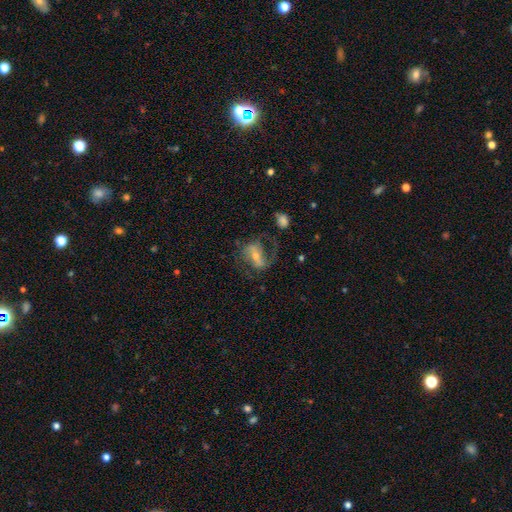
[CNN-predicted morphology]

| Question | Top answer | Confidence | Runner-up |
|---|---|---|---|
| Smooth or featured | featured or disk | 72% | smooth (20%) |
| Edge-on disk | no | 94% | yes (6%) |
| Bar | strong | 54% | weak (30%) |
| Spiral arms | yes | 83% | no (17%) |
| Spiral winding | medium | 45% | loose (40%) |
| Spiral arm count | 2 | 76% | 1 (13%) |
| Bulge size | moderate | 48% | small (44%) |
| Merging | none | 51% | major disturbance (27%) |